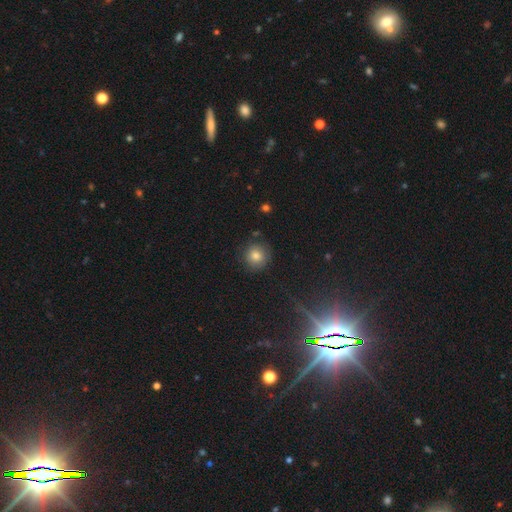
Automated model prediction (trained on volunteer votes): Morphology: type=smooth (80%); roundness=round (92%); merging=none (84%).